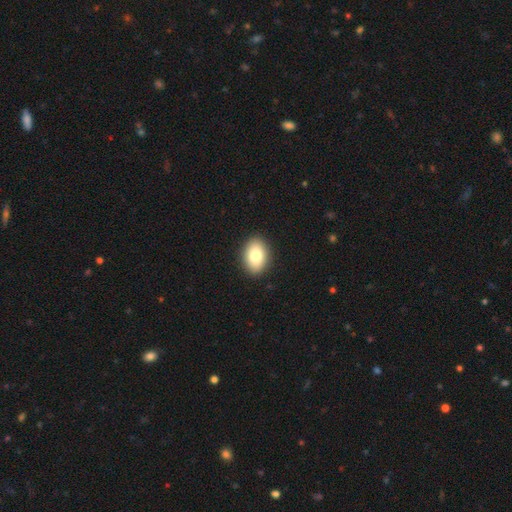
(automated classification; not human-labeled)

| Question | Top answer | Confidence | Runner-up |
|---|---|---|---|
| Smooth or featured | smooth | 81% | featured or disk (11%) |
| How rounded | in between | 83% | round (16%) |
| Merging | none | 90% | minor disturbance (7%) |